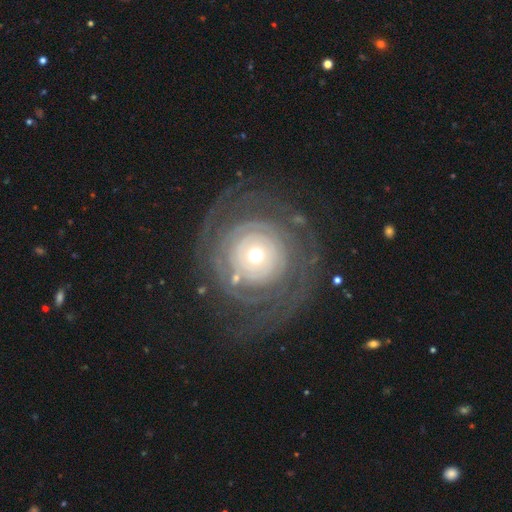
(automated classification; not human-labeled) This is clearly a featured or disk galaxy (83%). It is clearly not viewed edge-on (97%). Bar: clearly no (86%). Spiral arm pattern: clearly yes (85%). Spiral arm count: marginally can't tell (37%). Spiral winding: likely tight (79%). Central bulge: possibly moderate (50%). Merging: likely none (70%).